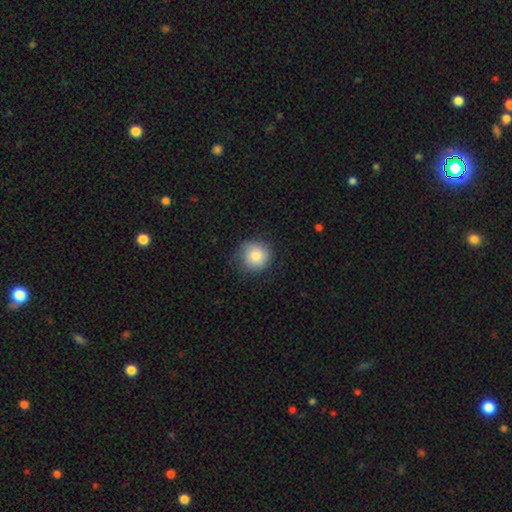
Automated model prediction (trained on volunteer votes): Morphology: type=smooth (84%); roundness=round (93%); merging=none (77%).